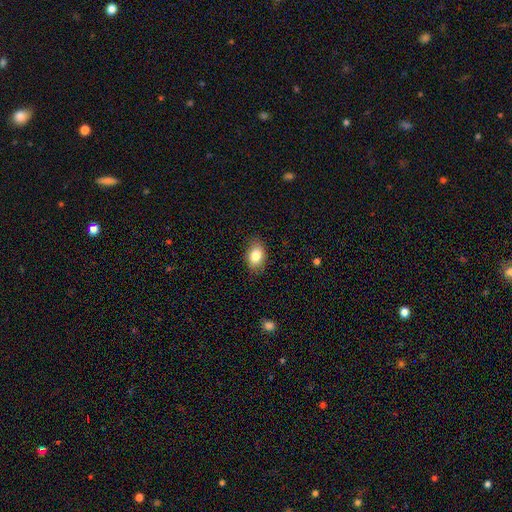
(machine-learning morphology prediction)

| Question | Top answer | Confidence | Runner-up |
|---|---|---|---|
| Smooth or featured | smooth | 83% | featured or disk (9%) |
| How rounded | in between | 83% | round (15%) |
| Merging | none | 83% | minor disturbance (13%) |